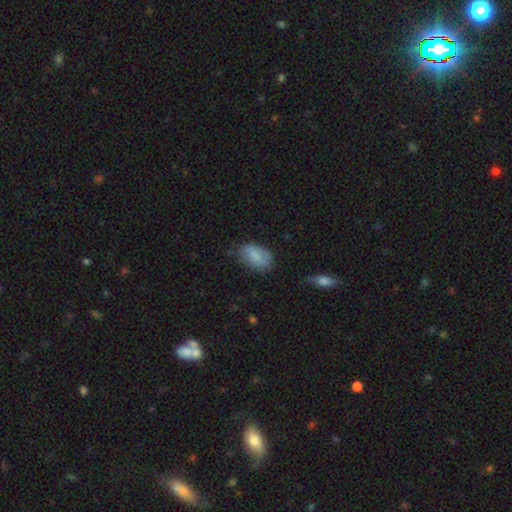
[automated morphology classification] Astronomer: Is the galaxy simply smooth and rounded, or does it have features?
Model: smooth — 80%.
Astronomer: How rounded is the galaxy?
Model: in between — 91%.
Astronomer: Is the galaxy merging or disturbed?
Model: none — 67%.